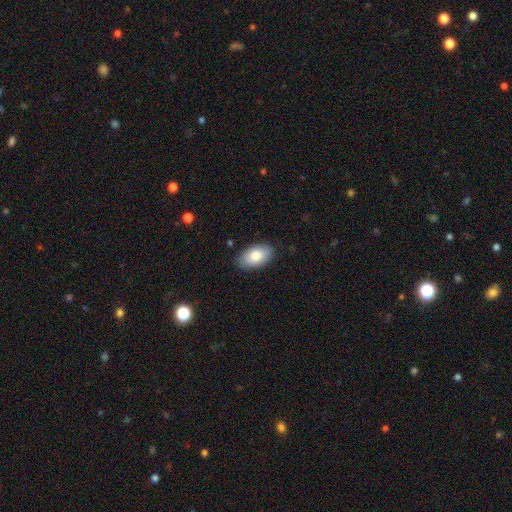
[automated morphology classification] Smooth or featured? smooth (83%)
How rounded? in between (94%)
Merging? none (85%)